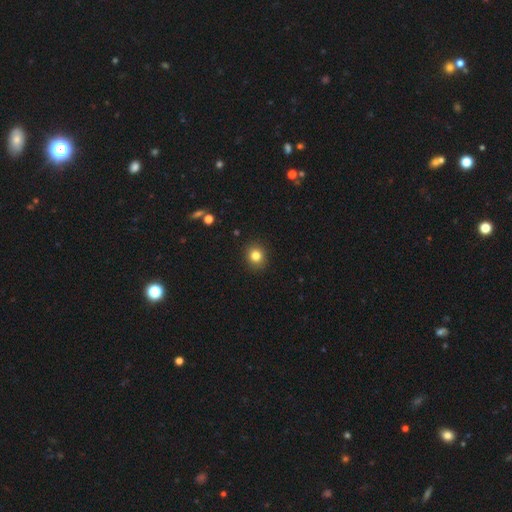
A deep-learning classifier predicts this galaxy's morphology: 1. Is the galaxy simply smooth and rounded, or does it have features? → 82% smooth, 12% star or artifact, 6% featured or disk.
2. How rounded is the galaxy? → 82% round, 17% in between, 1% cigar-shaped.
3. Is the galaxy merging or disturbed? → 91% none, 6% minor disturbance, 2% major disturbance, 1% merger.